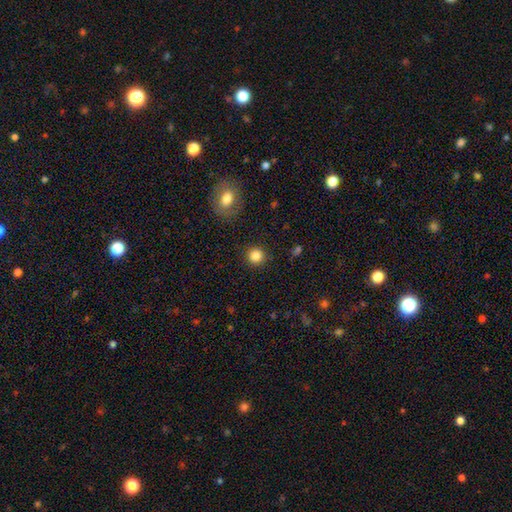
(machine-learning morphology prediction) Smooth or featured: smooth — 85% (star or artifact — 11%)
How rounded: round — 94% (in between — 5%)
Merging: none — 91% (minor disturbance — 5%)